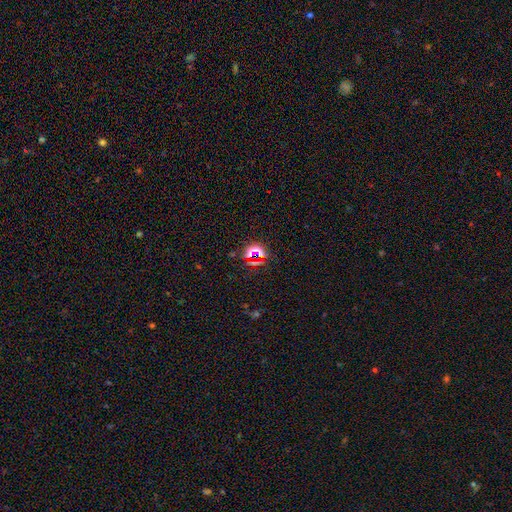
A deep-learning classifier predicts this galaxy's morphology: Smooth or featured: star or artifact — 66% (smooth — 24%)